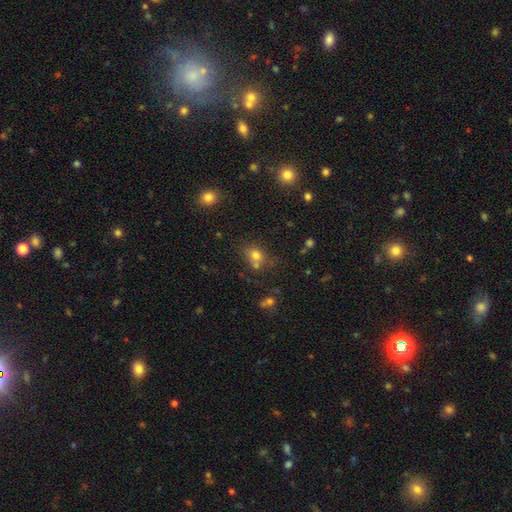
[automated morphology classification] The model was most divided on "how rounded": round: 64%, in between: 35%, cigar-shaped: 1%. More confident: smooth or featured — smooth (73%); merging — none (54%).